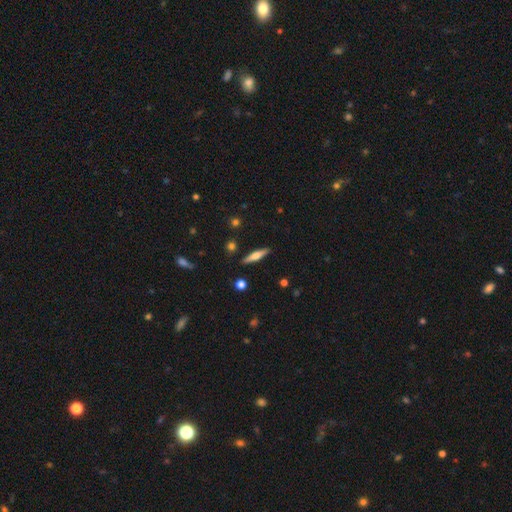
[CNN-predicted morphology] Smooth or featured: featured or disk — 51% (smooth — 42%)
Edge-on disk: yes — 95% (no — 5%)
Merging: none — 89% (minor disturbance — 7%)